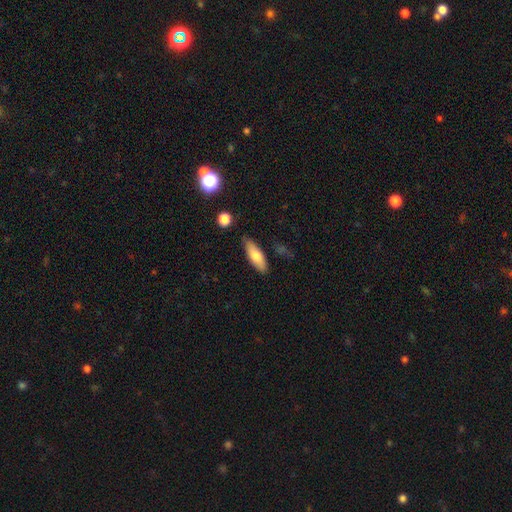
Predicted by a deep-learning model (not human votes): smooth 73%, featured or disk 20%, star or artifact 6%. Down the decision tree: how rounded — in between (56%); merging — none (81%).